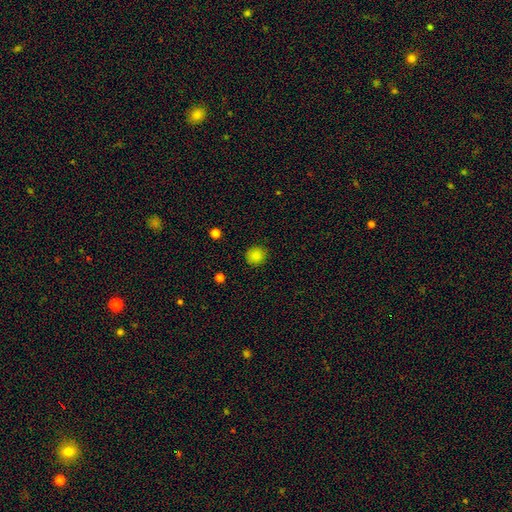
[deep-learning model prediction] Smooth or featured?
  - smooth: 85% *
  - star or artifact: 11%
  - featured or disk: 4%
How rounded?
  - round: 90% *
  - in between: 9%
  - cigar-shaped: 1%
Merging?
  - none: 89% *
  - minor disturbance: 8%
  - major disturbance: 2%
  - merger: 1%